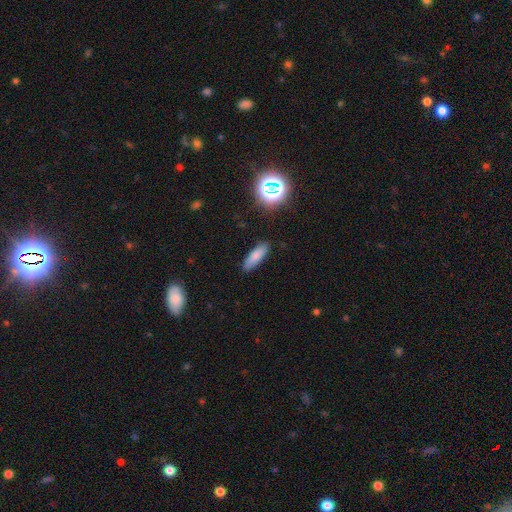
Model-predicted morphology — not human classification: Smooth or featured?
  - smooth: 79% *
  - star or artifact: 11%
  - featured or disk: 10%
How rounded?
  - in between: 51% *
  - cigar-shaped: 47%
  - round: 3%
Merging?
  - none: 86% *
  - minor disturbance: 10%
  - major disturbance: 2%
  - merger: 2%